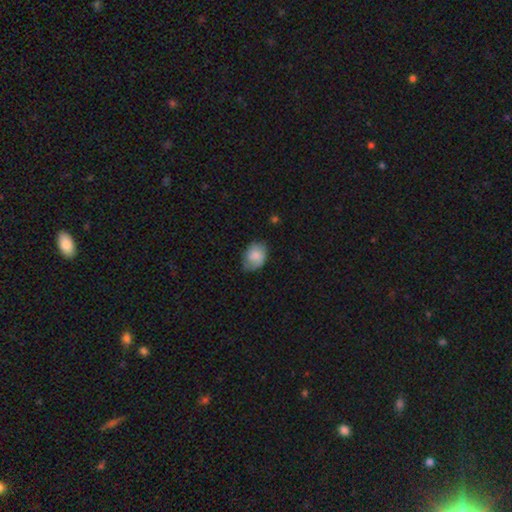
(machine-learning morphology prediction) This is clearly a smooth galaxy (81%). How rounded: likely in between (65%). Merging: likely none (61%).